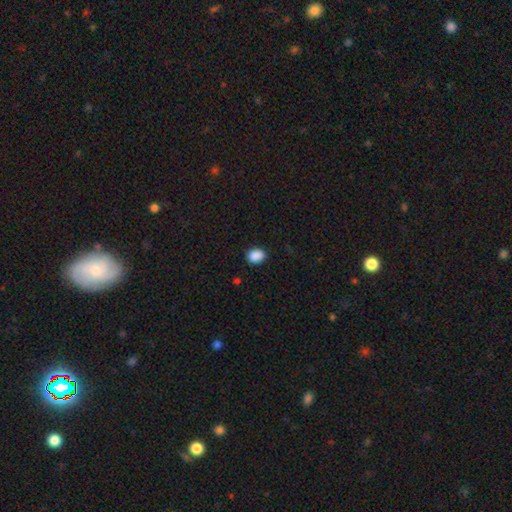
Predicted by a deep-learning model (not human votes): Morphology: type=smooth (89%); roundness=in between (50%); merging=none (87%).